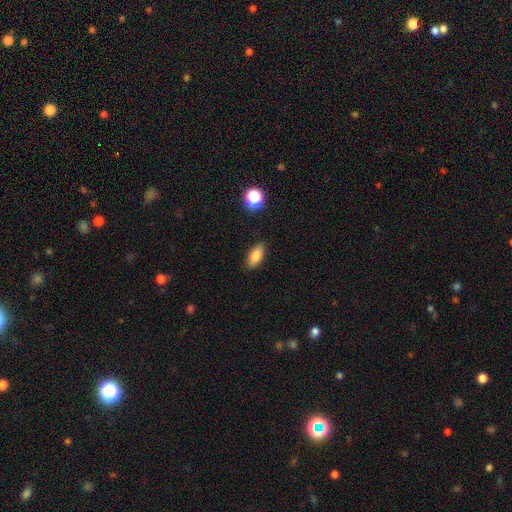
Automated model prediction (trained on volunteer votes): Morphology: type=smooth (82%); roundness=in between (83%); merging=none (87%).